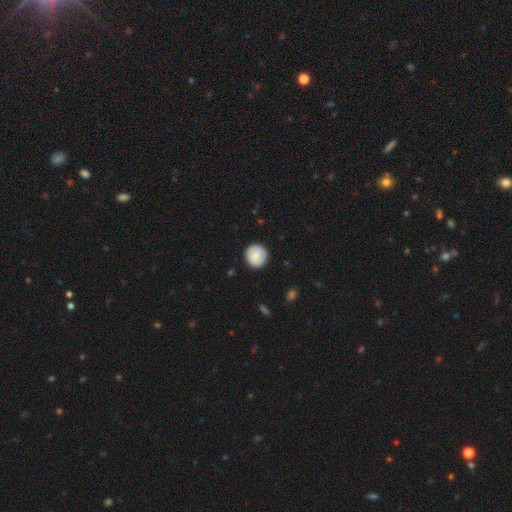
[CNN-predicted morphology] Smooth or featured?
  - smooth: 83% *
  - featured or disk: 11%
  - star or artifact: 6%
How rounded?
  - round: 94% *
  - in between: 5%
  - cigar-shaped: 1%
Merging?
  - none: 90% *
  - minor disturbance: 7%
  - major disturbance: 2%
  - merger: 1%